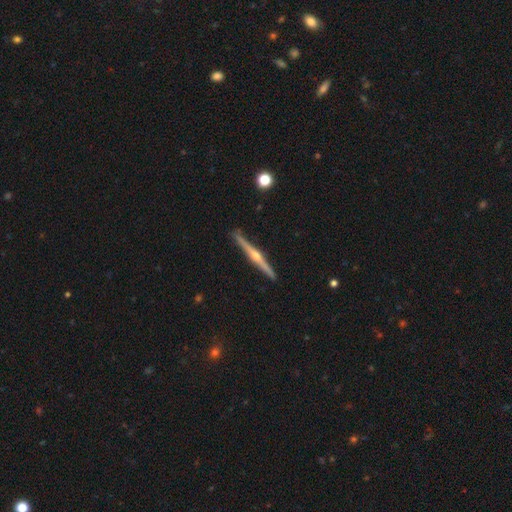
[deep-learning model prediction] A featured or disk galaxy (83%) viewed edge-on (99%) with a rounded central bulge (92%).

Vote fractions:
- Smooth or featured? featured or disk: 83% / smooth: 12% / star or artifact: 5%
- Edge-on disk? yes: 99% / no: 1%
- Edge-on bulge? rounded: 92% / none: 5% / boxy: 3%
- Merging? none: 92% / minor disturbance: 6% / merger: 1% / major disturbance: 1%